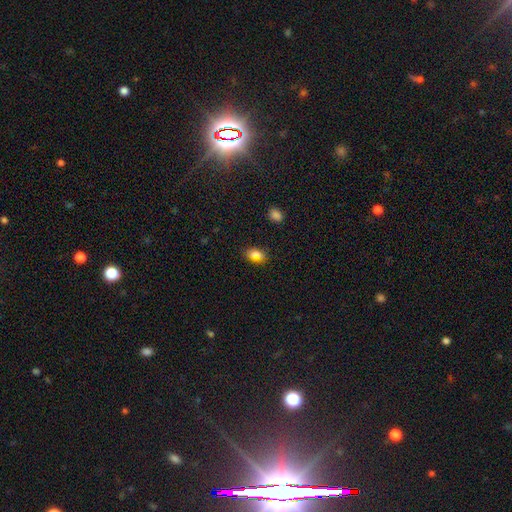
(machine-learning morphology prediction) A smooth galaxy with no disk features (73%) that is in between round and cigar-shaped (76%).

Vote fractions:
- Smooth or featured? smooth: 73% / star or artifact: 17% / featured or disk: 9%
- How rounded? in between: 76% / round: 19% / cigar-shaped: 5%
- Merging? none: 83% / minor disturbance: 11% / merger: 3% / major disturbance: 3%